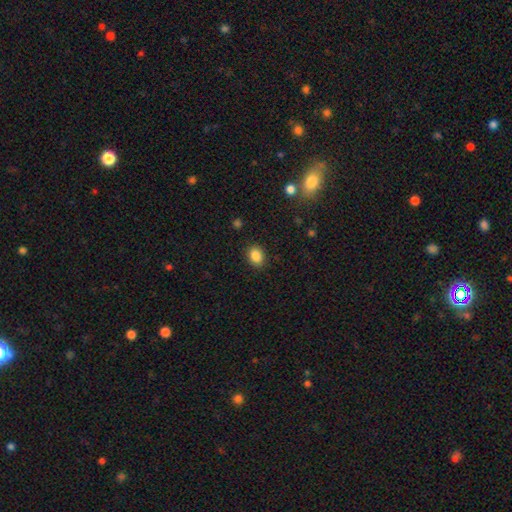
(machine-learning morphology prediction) type=smooth (86%); roundness=in between (62%); merging=none (88%).